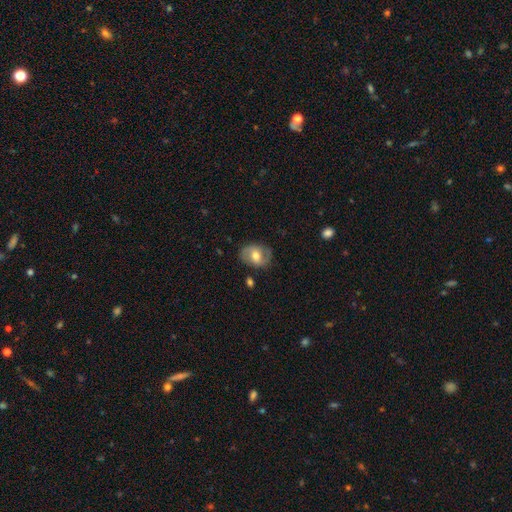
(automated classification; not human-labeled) The model was most divided on "smooth or featured": featured or disk: 51%, smooth: 42%, star or artifact: 7%. More confident: edge-on disk — no (95%); merging — none (76%).